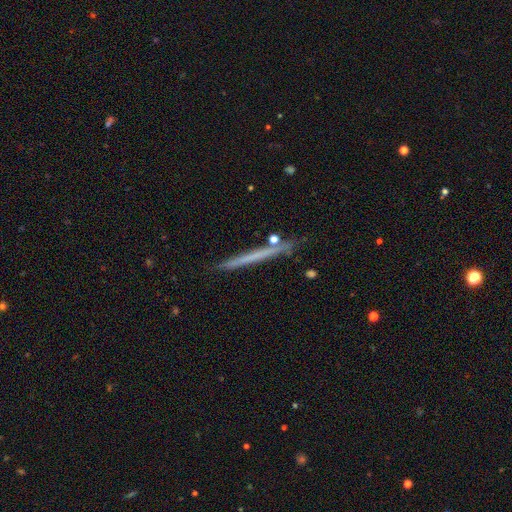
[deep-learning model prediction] This appears to be a smooth galaxy with no disk features (47%). Merging: none (86%).